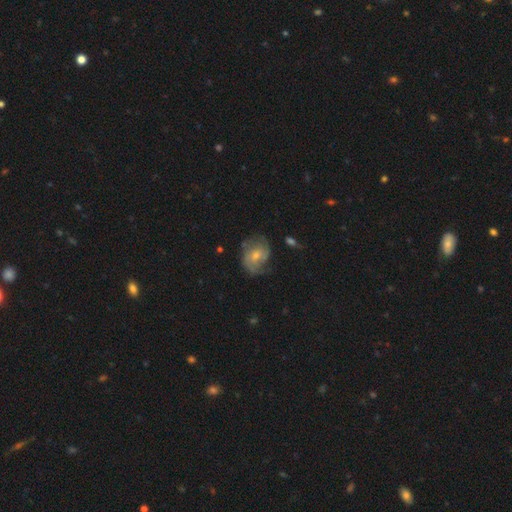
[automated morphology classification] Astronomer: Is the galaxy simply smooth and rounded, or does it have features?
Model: featured or disk — 55% (runner-up: smooth, 38%).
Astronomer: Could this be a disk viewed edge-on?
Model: no — 97%.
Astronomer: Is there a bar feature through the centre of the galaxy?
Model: no — 66%.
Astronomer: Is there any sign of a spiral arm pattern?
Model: yes — 73%.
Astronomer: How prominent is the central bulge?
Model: small — 53% (runner-up: moderate, 41%).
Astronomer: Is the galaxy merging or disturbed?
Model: none — 51% (runner-up: minor disturbance, 30%).